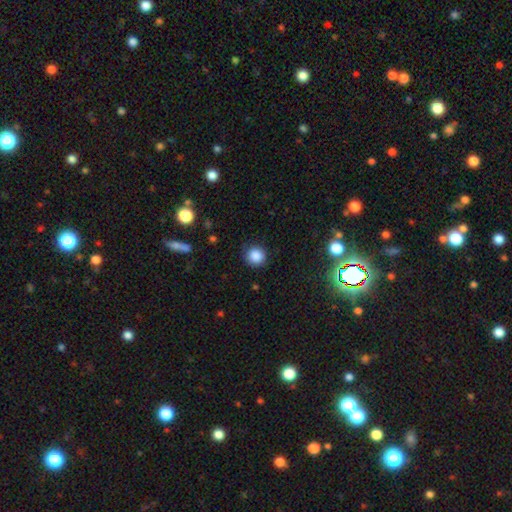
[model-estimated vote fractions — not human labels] This appears to be a smooth galaxy with no disk features (85%) that is round (92%). Merging: none (85%).